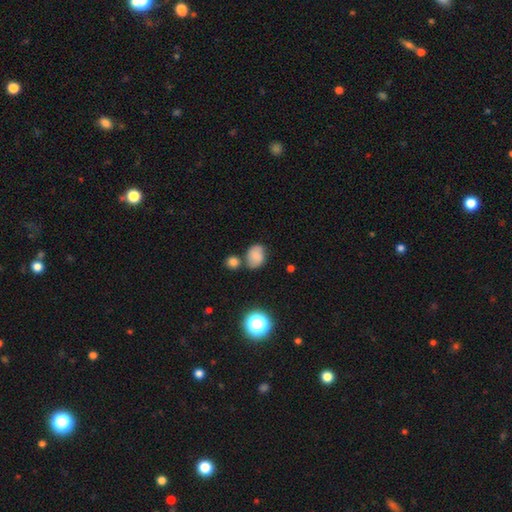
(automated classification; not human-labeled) A smooth galaxy with no disk features (74%) that is in between round and cigar-shaped (65%). Merging: none (60%).